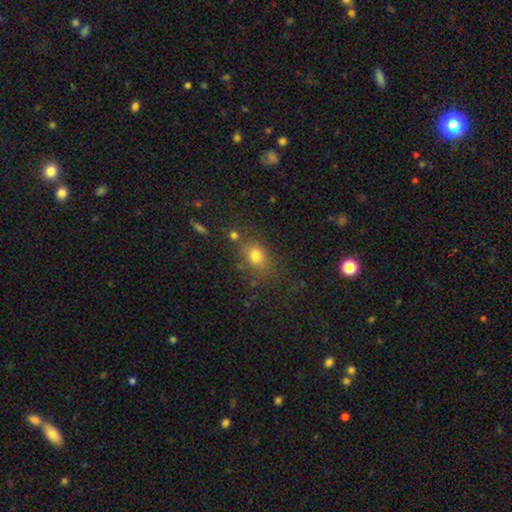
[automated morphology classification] Overall: smooth (74%). How rounded: in between (62%; round 35%). Merging: none (62%).